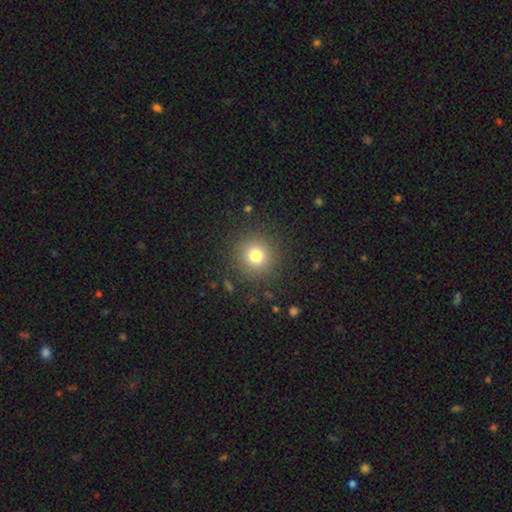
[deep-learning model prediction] Q: Smooth or featured?
A: smooth (78%); runner-up: star or artifact (14%)
Q: How rounded?
A: round (94%); runner-up: in between (5%)
Q: Merging?
A: none (89%); runner-up: minor disturbance (7%)